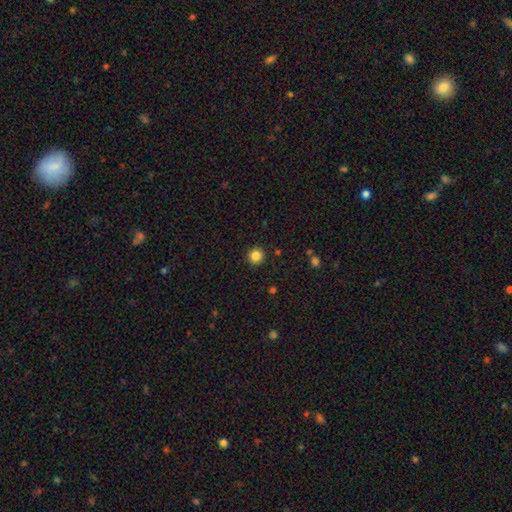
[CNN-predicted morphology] Smooth or featured? Predicted: smooth (p=0.85). How rounded? Predicted: round (p=0.94). Merging? Predicted: none (p=0.92).